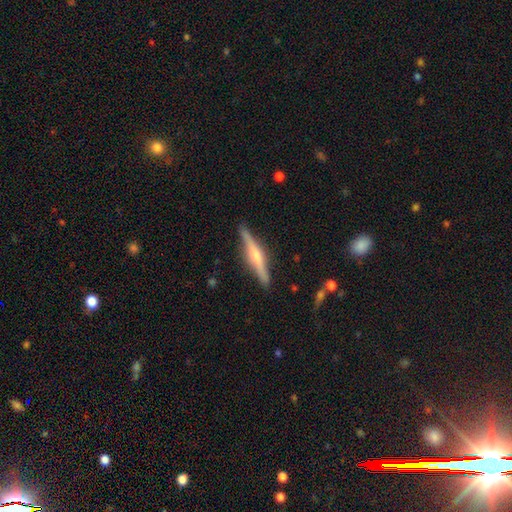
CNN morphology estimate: A featured or disk galaxy (66%) viewed edge-on (97%) with a rounded central bulge (68%).

Vote fractions:
- Smooth or featured? featured or disk: 66% / smooth: 29% / star or artifact: 6%
- Edge-on disk? yes: 97% / no: 3%
- Edge-on bulge? rounded: 68% / boxy: 18% / none: 14%
- Merging? none: 88% / minor disturbance: 9% / major disturbance: 2% / merger: 1%